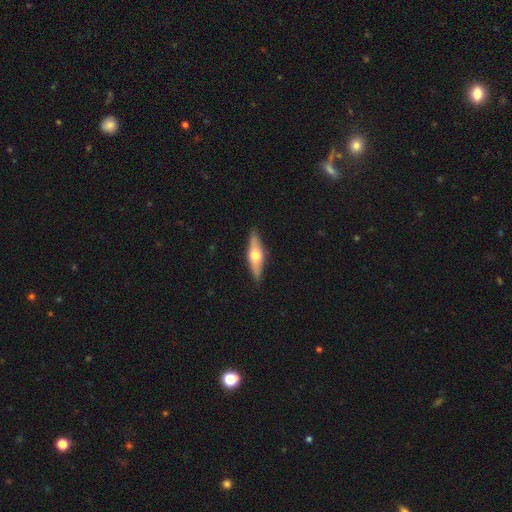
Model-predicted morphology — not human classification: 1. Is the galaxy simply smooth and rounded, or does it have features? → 55% featured or disk, 40% smooth, 5% star or artifact.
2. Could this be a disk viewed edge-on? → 90% yes, 10% no.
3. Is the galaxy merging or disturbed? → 88% none, 9% minor disturbance, 2% major disturbance, 1% merger.